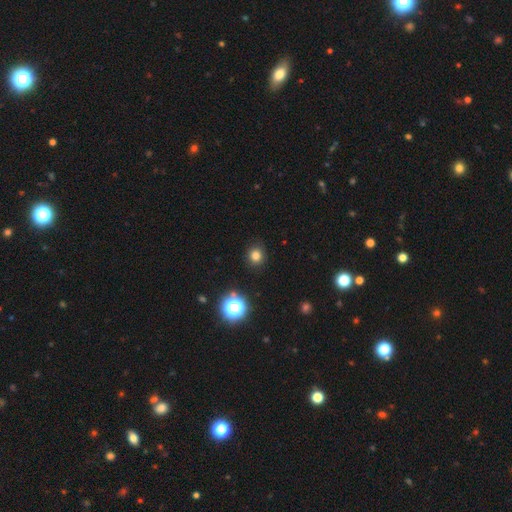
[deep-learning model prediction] A smooth galaxy with no disk features (78%) that is round (89%). Merging: none (90%).